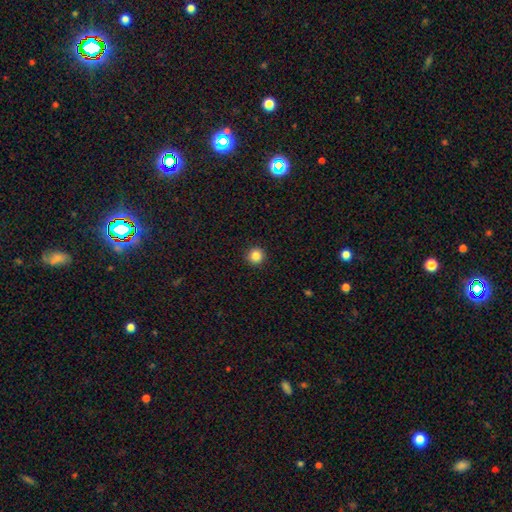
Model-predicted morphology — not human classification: Q: Smooth or featured?
A: smooth (85%); runner-up: star or artifact (11%)
Q: How rounded?
A: round (96%); runner-up: in between (4%)
Q: Merging?
A: none (93%); runner-up: minor disturbance (4%)